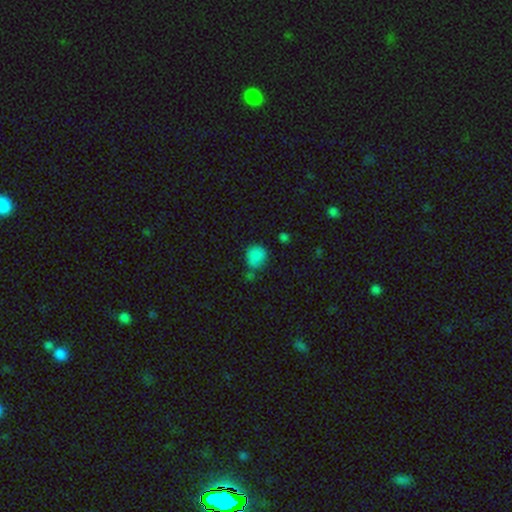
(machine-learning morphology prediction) smooth_or_featured: smooth (p=0.83) [alt: star or artifact p=0.12]
how_rounded: round (p=0.75) [alt: in between p=0.24]
merging: none (p=0.61) [alt: minor disturbance p=0.21]